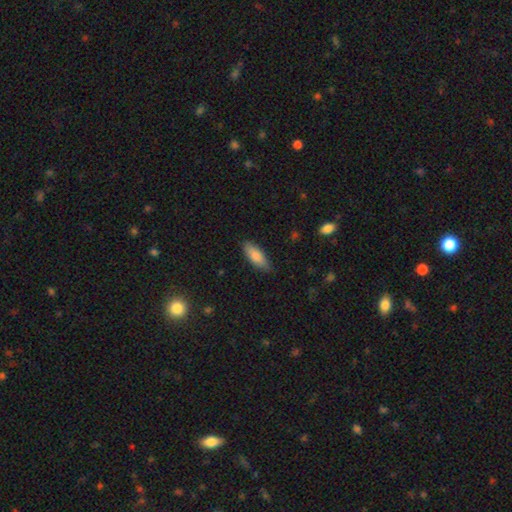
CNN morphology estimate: smooth 82%, featured or disk 12%, star or artifact 6%. Down the decision tree: how rounded — in between (72%); merging — none (83%).